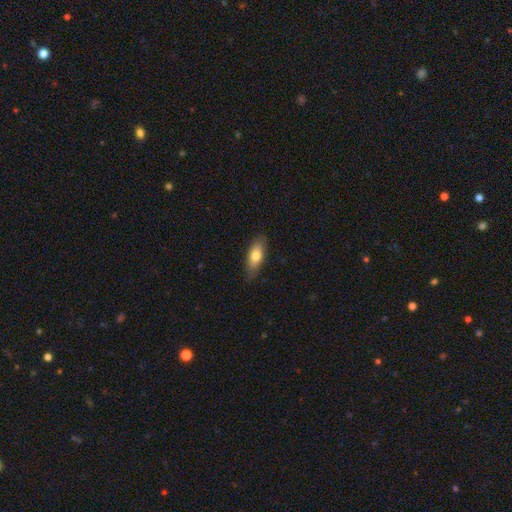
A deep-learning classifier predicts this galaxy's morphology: smooth 72%, featured or disk 22%, star or artifact 6%. Down the decision tree: how rounded — in between (76%); merging — none (82%).